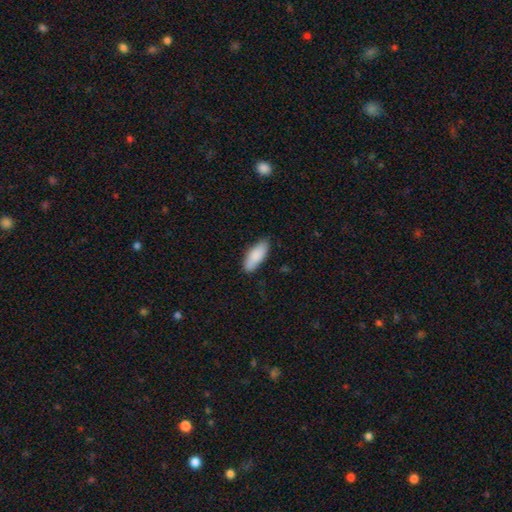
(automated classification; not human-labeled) Overall: smooth (87%). How rounded: in between (76%). Merging: none (83%).